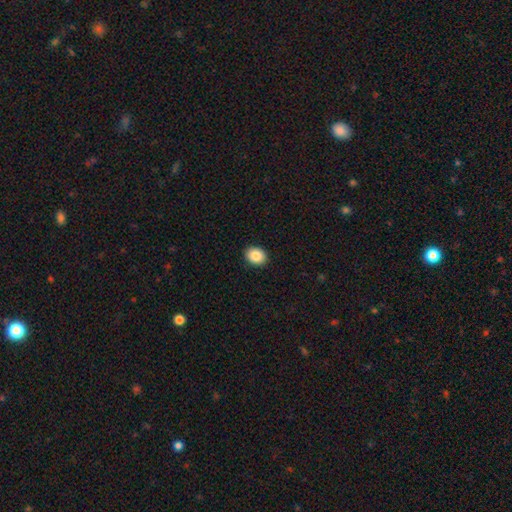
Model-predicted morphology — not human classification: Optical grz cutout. It shows a smooth galaxy with no disk features (87%) that is in between round and cigar-shaped (52%). Merging: none (92%).